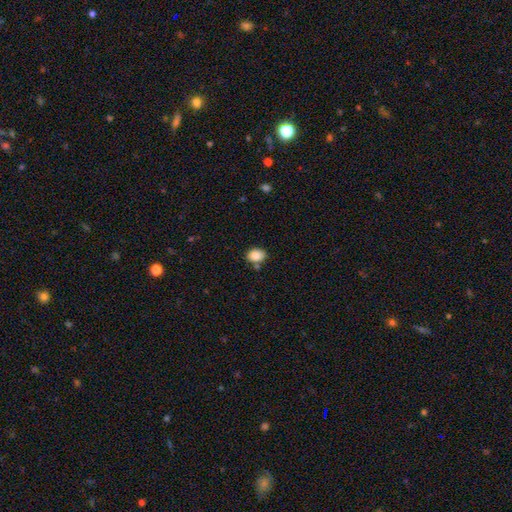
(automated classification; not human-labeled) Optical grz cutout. It shows a smooth galaxy with no disk features (87%) that is in between round and cigar-shaped (63%). Merging: none (71%).